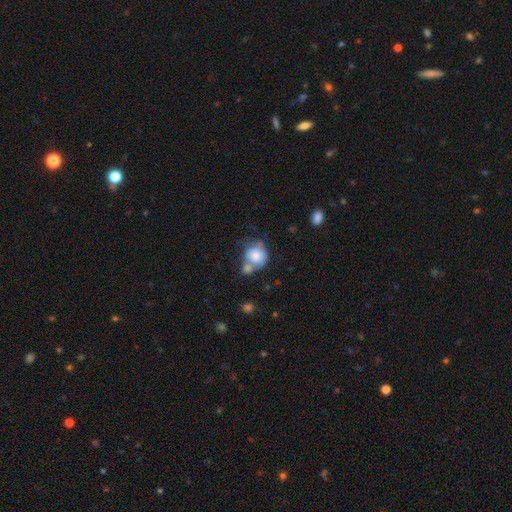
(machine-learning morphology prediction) This appears to be a smooth galaxy with no disk features (71%) that is round (74%). Merging: merger (42%).